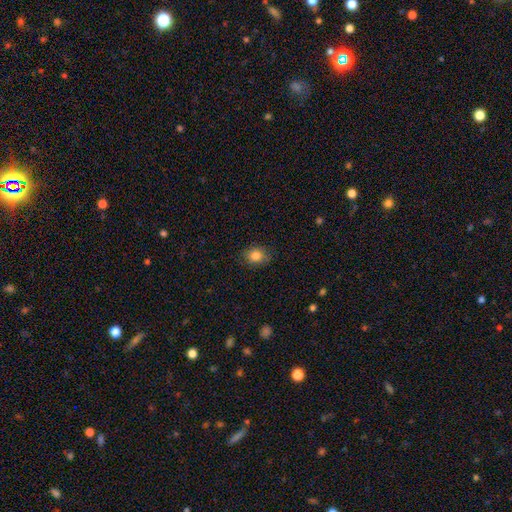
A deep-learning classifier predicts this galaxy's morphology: This appears to be a smooth galaxy with no disk features (84%) that is round (57%). Merging: none (85%).